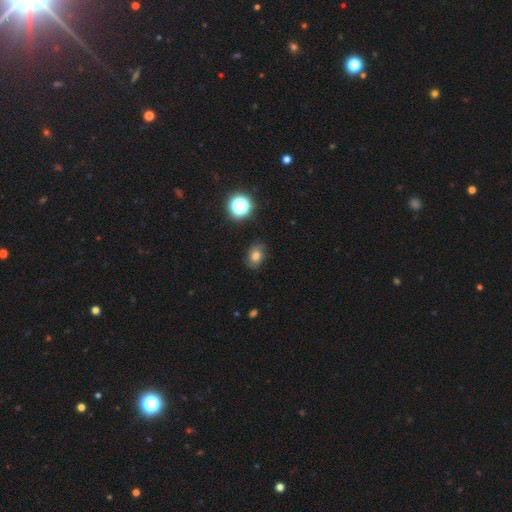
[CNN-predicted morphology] The model was most divided on "how rounded": in between: 58%, round: 40%, cigar-shaped: 1%. More confident: merging — none (74%); smooth or featured — smooth (54%).